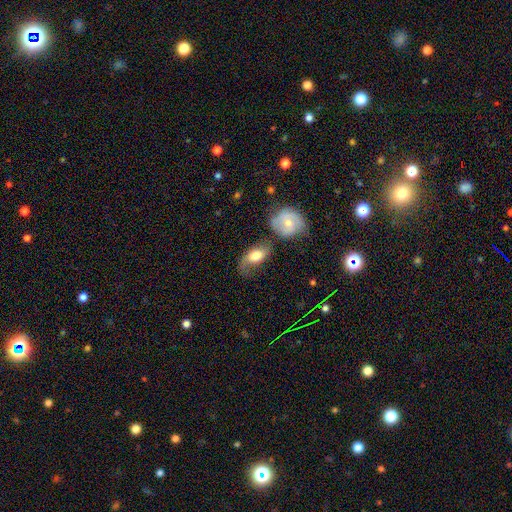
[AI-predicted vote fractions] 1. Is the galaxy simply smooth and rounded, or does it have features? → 60% smooth, 33% featured or disk, 7% star or artifact.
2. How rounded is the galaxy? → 86% in between, 11% round, 3% cigar-shaped.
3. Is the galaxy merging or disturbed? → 39% none, 27% minor disturbance, 20% major disturbance, 13% merger.